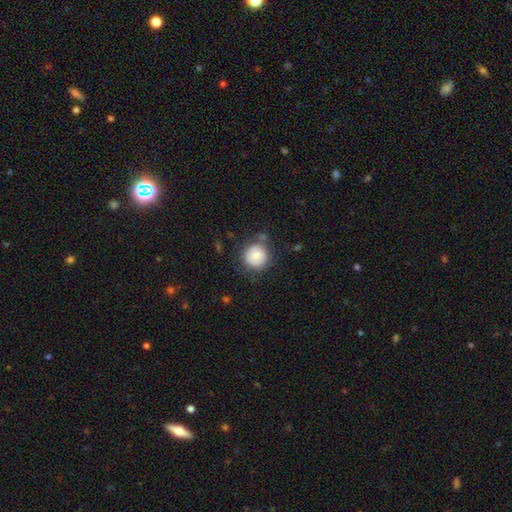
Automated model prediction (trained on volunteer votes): Overall: smooth (81%). How rounded: round (92%). Merging: none (72%).